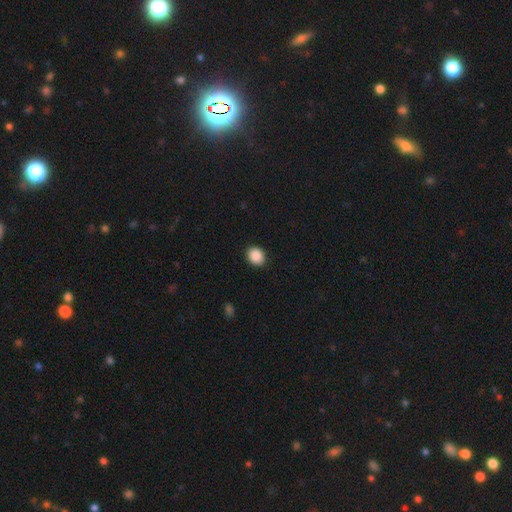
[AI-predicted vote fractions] smooth 89%, star or artifact 8%, featured or disk 3%. Down the decision tree: how rounded — round (55%); merging — none (91%).